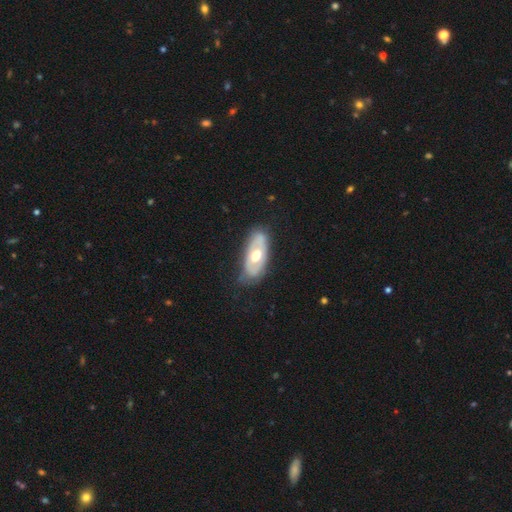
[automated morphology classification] Smooth or featured: featured or disk — 58% (smooth — 37%)
Edge-on disk: no — 83% (yes — 17%)
Merging: none — 76% (minor disturbance — 18%)